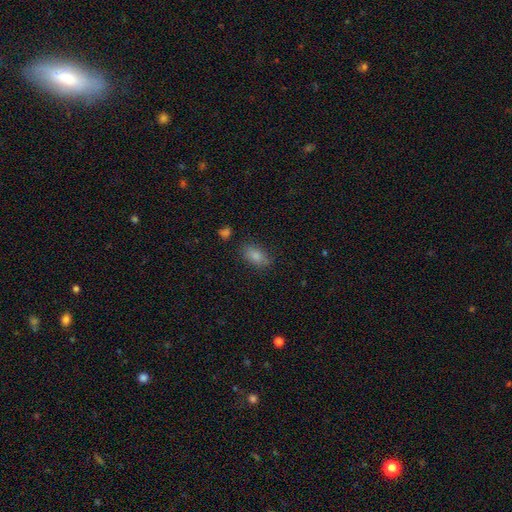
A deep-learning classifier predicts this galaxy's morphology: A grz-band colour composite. It shows a smooth galaxy with no disk features (83%) that is in between round and cigar-shaped (89%). Merging: none (77%).